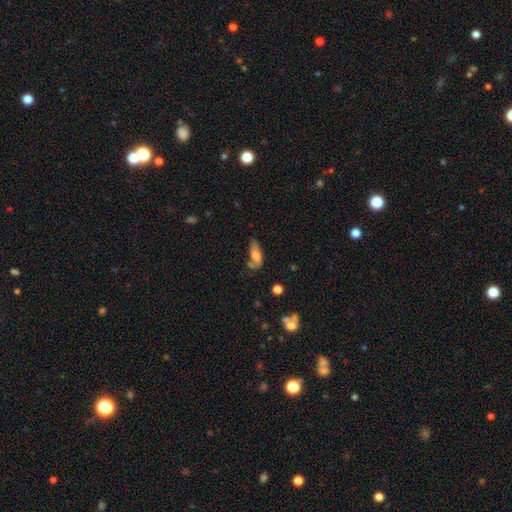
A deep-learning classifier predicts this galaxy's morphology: smooth_or_featured: smooth (p=0.65) [alt: featured or disk p=0.27]
how_rounded: in between (p=0.76) [alt: cigar-shaped p=0.20]
merging: none (p=0.38) [alt: minor disturbance p=0.29]